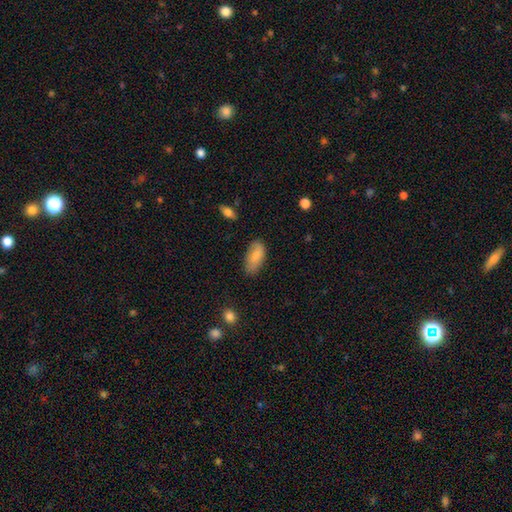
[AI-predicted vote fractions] smooth 82%, featured or disk 12%, star or artifact 7%. Down the decision tree: how rounded — in between (91%); merging — none (72%).